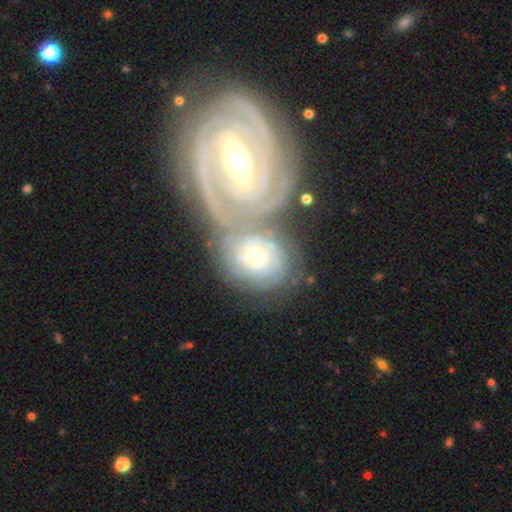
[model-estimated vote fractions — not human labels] A featured or disk galaxy (76%) with no bar (66%), tight (79%) spiral arms (92%) and a moderate central bulge (47%).

Vote fractions:
- Smooth or featured? featured or disk: 76% / smooth: 18% / star or artifact: 7%
- Edge-on disk? no: 96% / yes: 4%
- Bar? no: 66% / weak: 25% / strong: 9%
- Spiral arms? yes: 92% / no: 8%
- Spiral winding? tight: 79% / medium: 17% / loose: 4%
- Spiral arm count? can't tell: 36% / 3: 22% / 4: 14% / 2: 13% / more than 4: 8% / 1: 6%
- Bulge size? moderate: 47% / small: 44% / large: 5% / none: 2% / dominant: 2%
- Merging? merger: 62% / none: 26% / minor disturbance: 8% / major disturbance: 5%